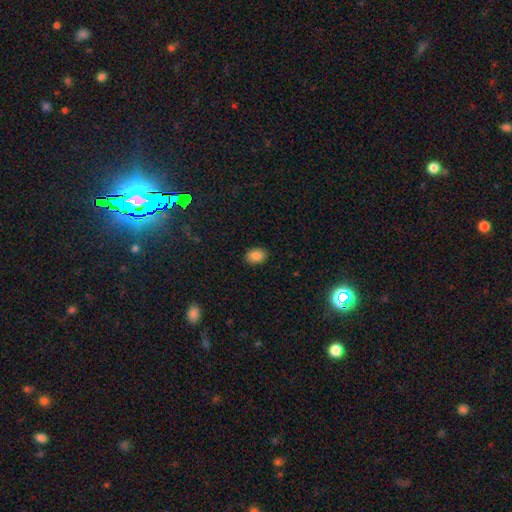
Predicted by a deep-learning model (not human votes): Morphology: type=smooth (87%); roundness=in between (76%); merging=none (89%).